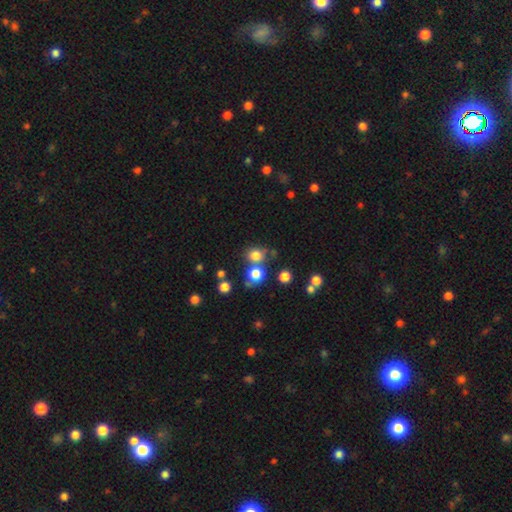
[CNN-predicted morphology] smooth 77%, star or artifact 15%, featured or disk 7%. Down the decision tree: how rounded — round (79%); merging — none (61%).